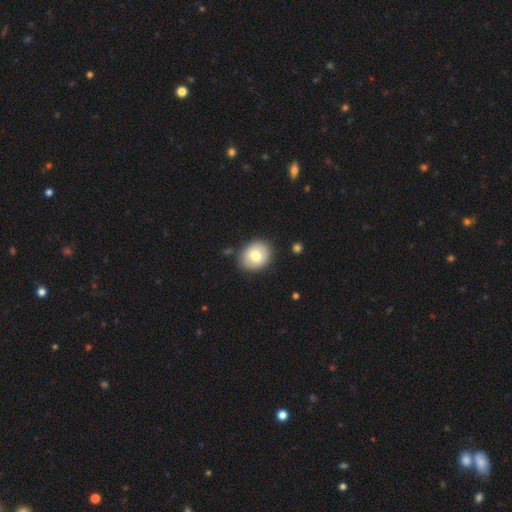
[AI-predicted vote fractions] Morphology: type=smooth (71%); roundness=round (59%); merging=none (85%).